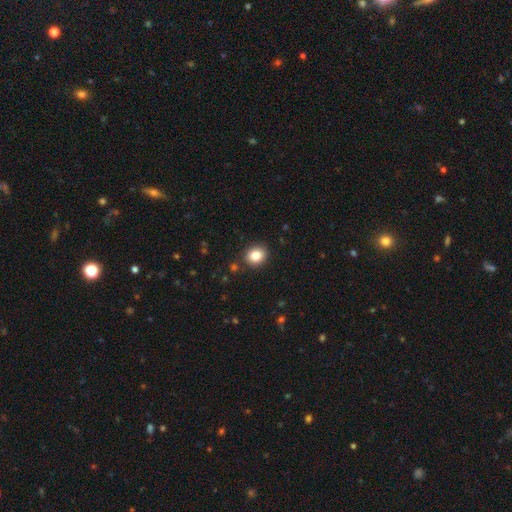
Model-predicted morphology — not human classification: This appears to be a smooth galaxy with no disk features (84%) that is round (66%). Merging: none (89%).